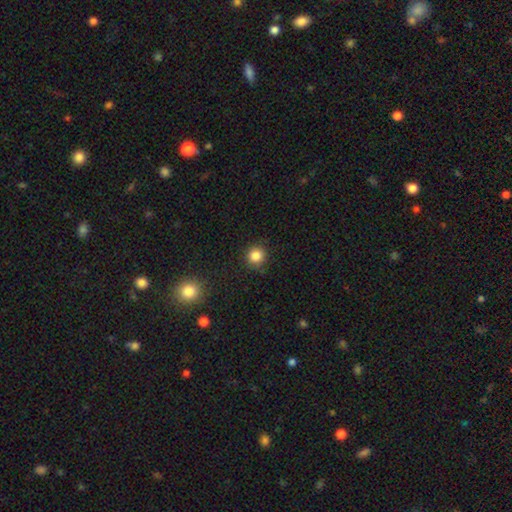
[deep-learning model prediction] The model was most divided on "smooth or featured": smooth: 85%, star or artifact: 11%, featured or disk: 4%. More confident: how rounded — round (92%); merging — none (88%).